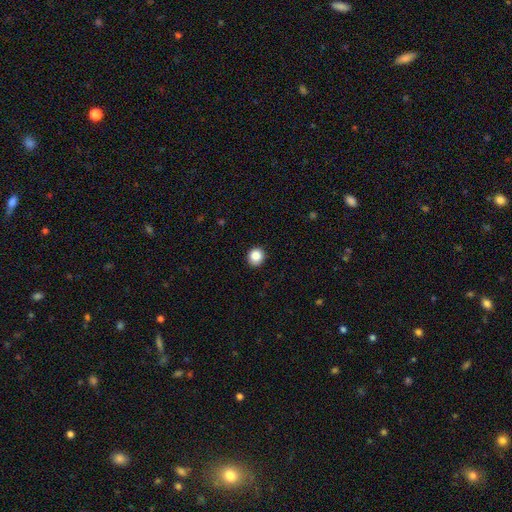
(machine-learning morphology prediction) smooth-or-featured: smooth: 86% | star or artifact: 10% | featured or disk: 4%
  how-rounded: round: 86% | in between: 13% | cigar-shaped: 1%
  merging: none: 92% | minor disturbance: 6% | major disturbance: 2% | merger: 1%